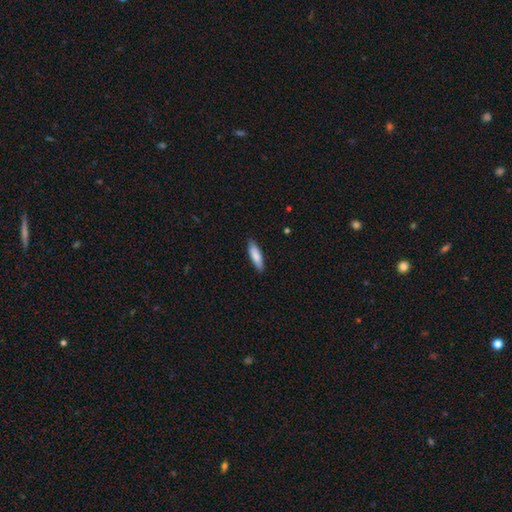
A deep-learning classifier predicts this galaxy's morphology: Overall: smooth (84%). How rounded: cigar-shaped (63%; in between 36%). Merging: none (87%).